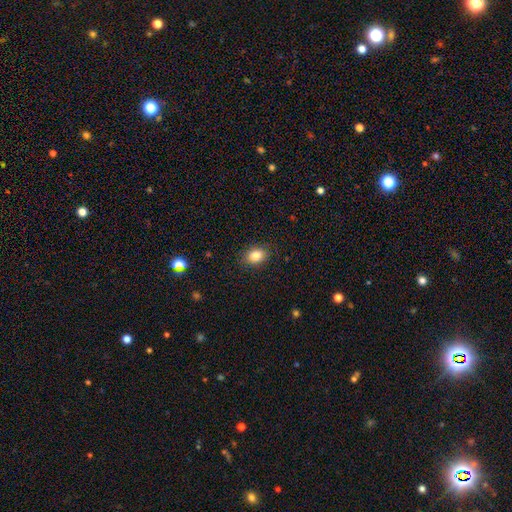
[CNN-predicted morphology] smooth 83%, star or artifact 10%, featured or disk 7%. Down the decision tree: how rounded — in between (70%); merging — none (88%).